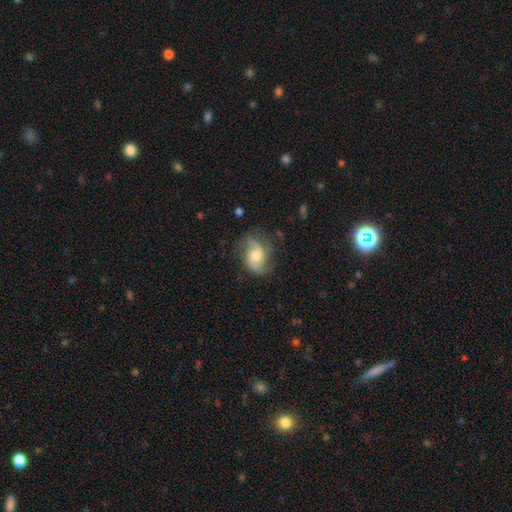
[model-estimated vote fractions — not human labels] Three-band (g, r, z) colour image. It shows a featured or disk galaxy (66%) with no bar (65%), 2 (83%) loose (45%) spiral arms (91%) and a moderate central bulge (64%). Merging: none (66%).